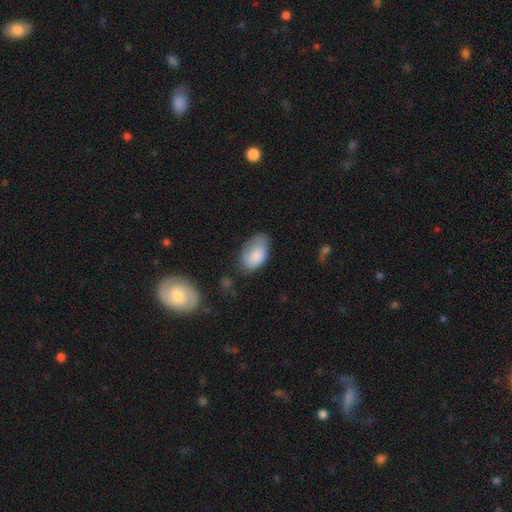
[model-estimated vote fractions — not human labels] Morphology: type=smooth (82%); roundness=in between (93%); merging=none (54%).